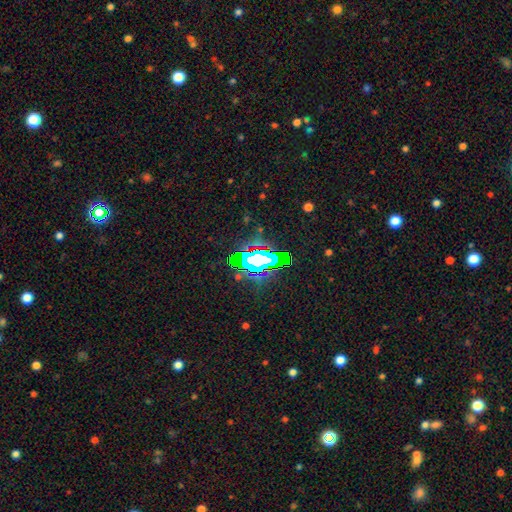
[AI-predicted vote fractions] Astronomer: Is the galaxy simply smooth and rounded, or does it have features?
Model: star or artifact — 57%.